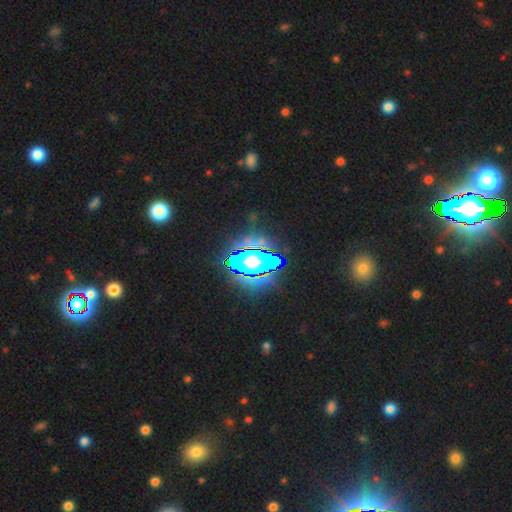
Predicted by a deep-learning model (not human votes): smooth_or_featured: star or artifact (p=0.73) [alt: smooth p=0.14]